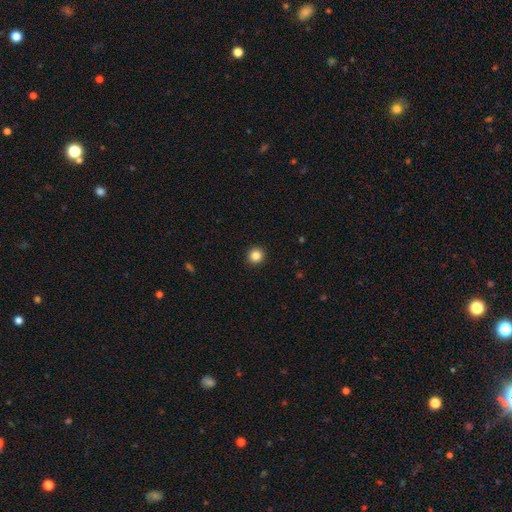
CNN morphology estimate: smooth-or-featured: smooth: 85% | star or artifact: 11% | featured or disk: 4%
  how-rounded: round: 94% | in between: 5% | cigar-shaped: 1%
  merging: none: 93% | minor disturbance: 4% | major disturbance: 1% | merger: 1%